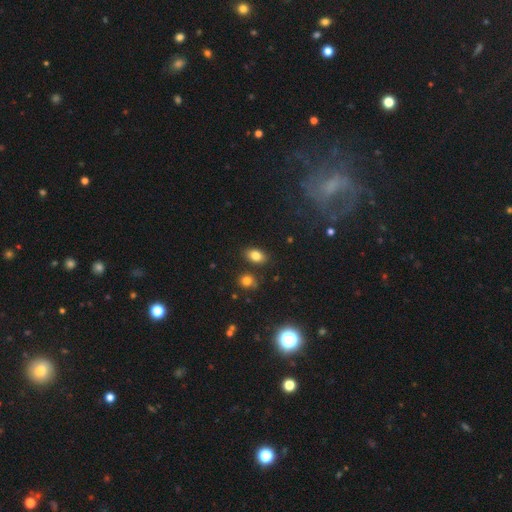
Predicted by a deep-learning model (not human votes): Overall: smooth (82%). How rounded: in between (84%). Merging: none (82%).